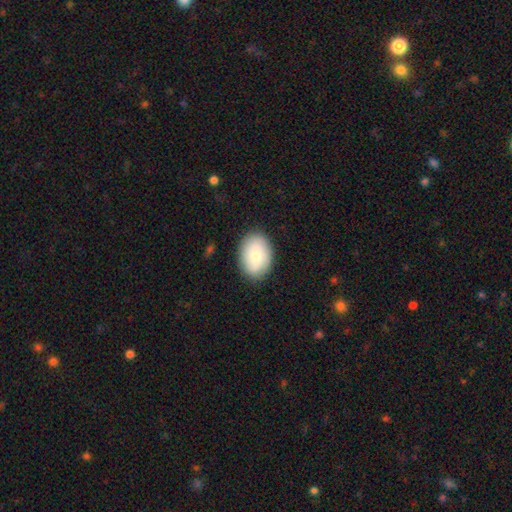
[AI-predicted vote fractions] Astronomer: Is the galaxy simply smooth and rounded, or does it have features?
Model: smooth — 75%.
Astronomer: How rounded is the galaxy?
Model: in between — 78%.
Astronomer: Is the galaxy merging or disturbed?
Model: none — 86%.